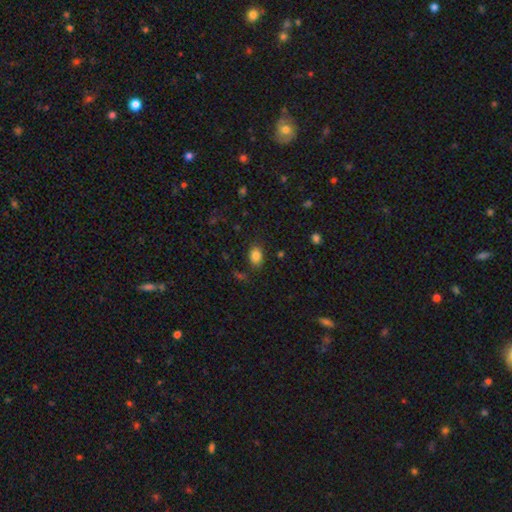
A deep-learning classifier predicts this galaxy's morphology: This is clearly a smooth galaxy (85%). How rounded: likely in between (78%). Merging: likely none (79%).